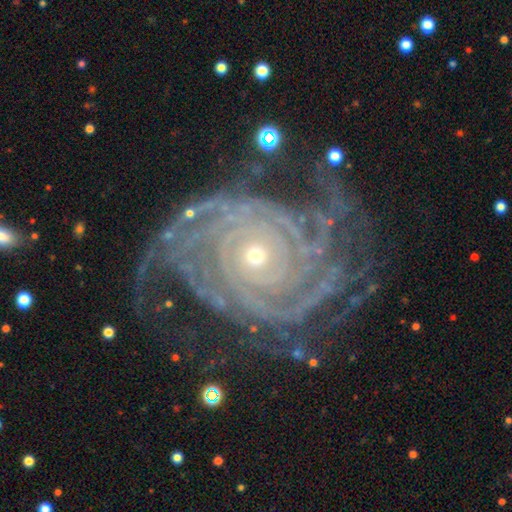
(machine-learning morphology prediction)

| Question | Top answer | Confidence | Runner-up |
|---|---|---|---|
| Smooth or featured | featured or disk | 92% | star or artifact (6%) |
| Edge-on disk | no | 97% | yes (3%) |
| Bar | no | 76% | weak (15%) |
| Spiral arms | yes | 98% | no (2%) |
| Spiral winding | tight | 80% | medium (17%) |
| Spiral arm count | more than 4 | 24% | 4 (20%) |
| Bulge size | small | 71% | moderate (26%) |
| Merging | none | 67% | minor disturbance (18%) |